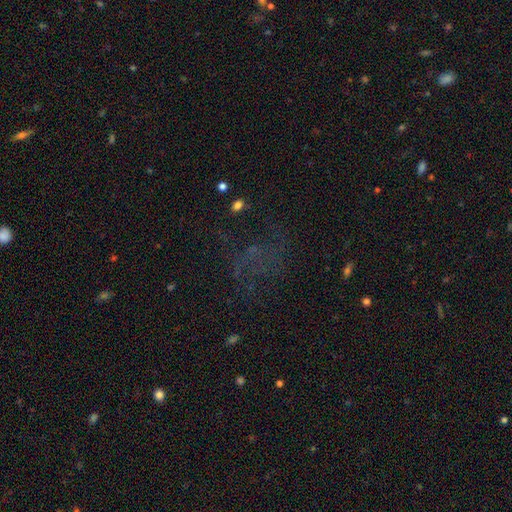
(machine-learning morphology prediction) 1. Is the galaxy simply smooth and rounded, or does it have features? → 47% star or artifact, 29% smooth, 24% featured or disk.